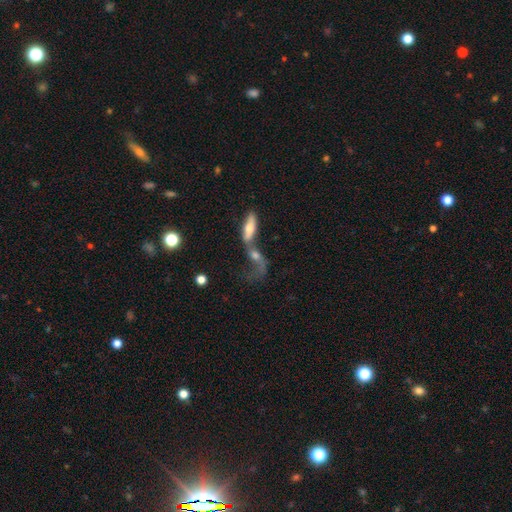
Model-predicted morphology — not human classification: type=smooth (47%); merging=merger (71%).